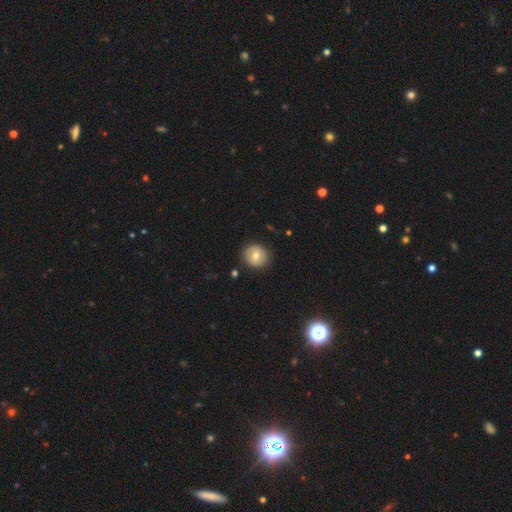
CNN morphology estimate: smooth_or_featured: smooth (p=0.71) [alt: featured or disk p=0.21]
how_rounded: round (p=0.87) [alt: in between p=0.12]
merging: none (p=0.87) [alt: minor disturbance p=0.09]